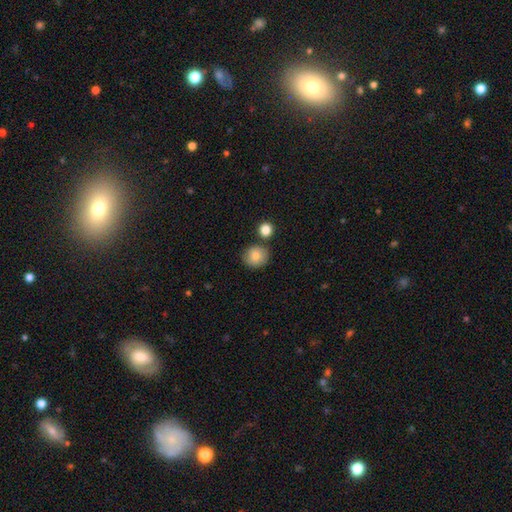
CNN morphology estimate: smooth-or-featured: smooth: 80% | featured or disk: 11% | star or artifact: 9%
  how-rounded: round: 86% | in between: 13% | cigar-shaped: 1%
  merging: none: 74% | minor disturbance: 14% | merger: 9% | major disturbance: 4%